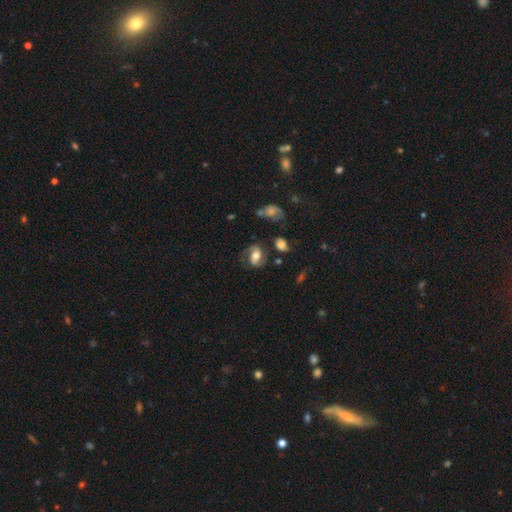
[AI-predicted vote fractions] Smooth or featured? featured or disk (62%)
Edge-on disk? no (96%)
Bar? weak (38%)
Spiral arms? yes (86%)
Spiral winding? medium (49%)
Spiral arm count? 2 (85%)
Bulge size? moderate (62%)
Merging? none (64%)